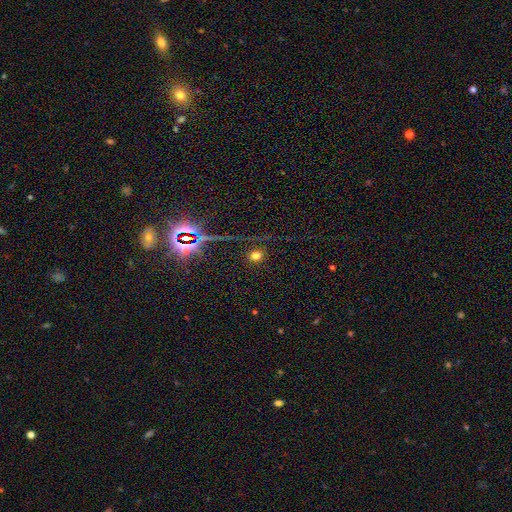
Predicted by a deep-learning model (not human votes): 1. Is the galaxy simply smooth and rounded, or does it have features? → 64% smooth, 27% star or artifact, 9% featured or disk.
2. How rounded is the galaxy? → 83% round, 15% in between, 2% cigar-shaped.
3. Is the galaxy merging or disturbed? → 84% none, 8% minor disturbance, 6% major disturbance, 2% merger.